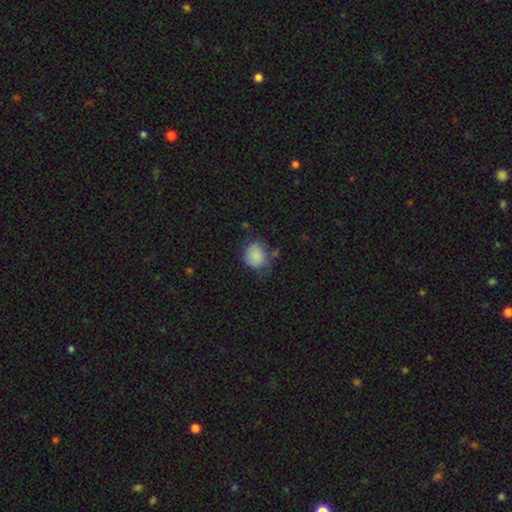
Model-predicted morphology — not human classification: type=smooth (85%); roundness=round (61%); merging=none (57%).